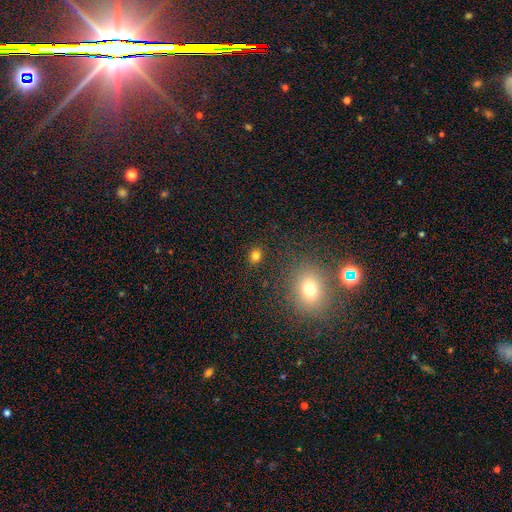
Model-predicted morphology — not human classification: Overall: smooth (79%). How rounded: round (70%). Merging: none (87%).